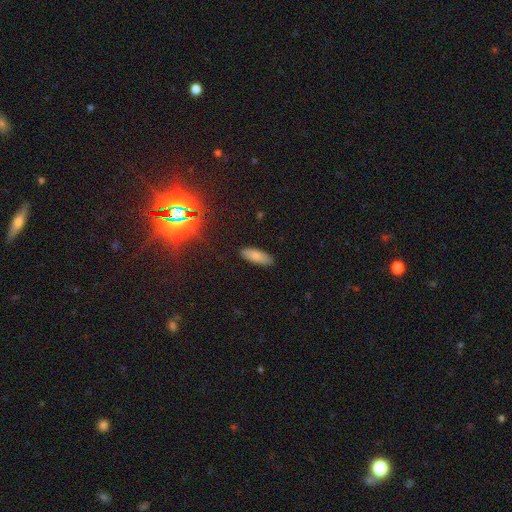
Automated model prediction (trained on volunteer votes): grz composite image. It shows a smooth galaxy with no disk features (81%) that is in between round and cigar-shaped (72%). Merging: none (87%).